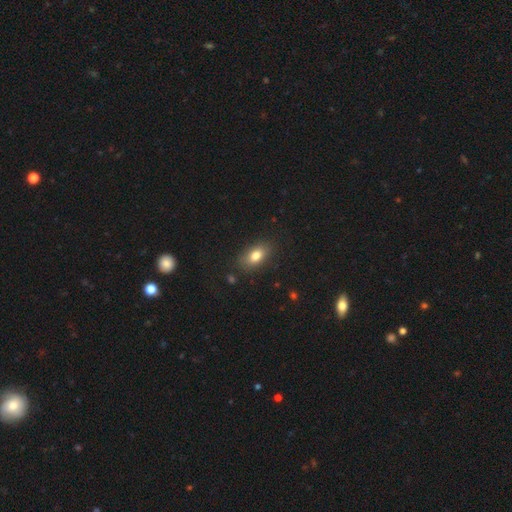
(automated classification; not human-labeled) smooth 79%, featured or disk 11%, star or artifact 9%. Down the decision tree: how rounded — in between (85%); merging — none (84%).